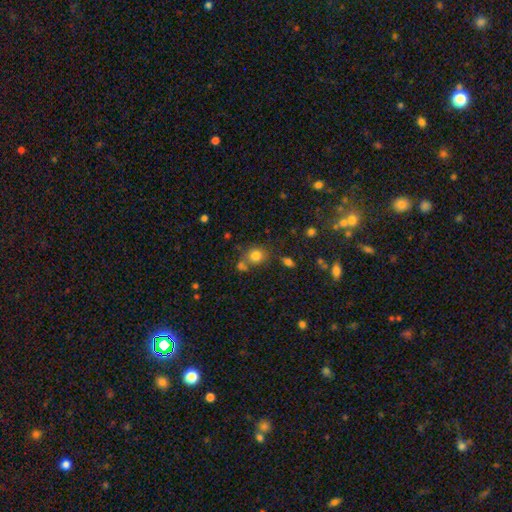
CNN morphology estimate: The model was most divided on "merging": none: 64%, merger: 19%, minor disturbance: 12%, major disturbance: 5%. More confident: smooth or featured — smooth (80%); how rounded — round (79%).